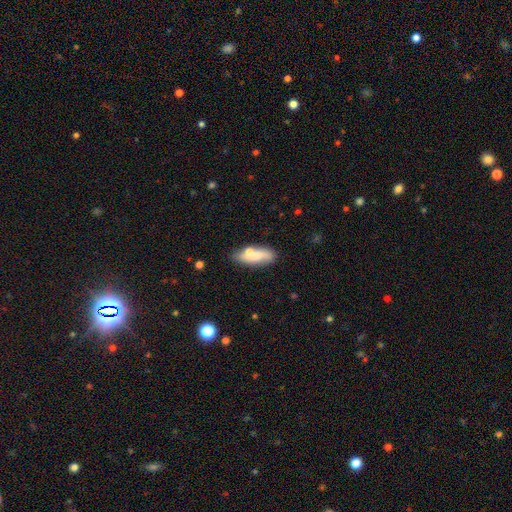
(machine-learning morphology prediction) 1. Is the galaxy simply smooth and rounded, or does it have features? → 72% smooth, 22% featured or disk, 7% star or artifact.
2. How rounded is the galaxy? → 67% in between, 31% cigar-shaped, 3% round.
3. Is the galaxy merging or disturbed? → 65% none, 18% minor disturbance, 12% merger, 5% major disturbance.